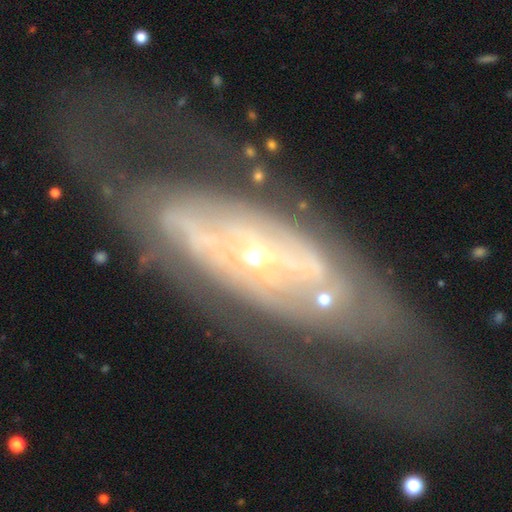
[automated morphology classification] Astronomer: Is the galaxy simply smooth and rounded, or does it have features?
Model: featured or disk — 81%.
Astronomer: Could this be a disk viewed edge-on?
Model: no — 83%.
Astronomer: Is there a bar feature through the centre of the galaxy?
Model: no — 70%.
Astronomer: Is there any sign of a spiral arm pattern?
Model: yes — 65%.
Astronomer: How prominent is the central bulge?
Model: small — 70%.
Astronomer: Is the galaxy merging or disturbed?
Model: none — 67%.